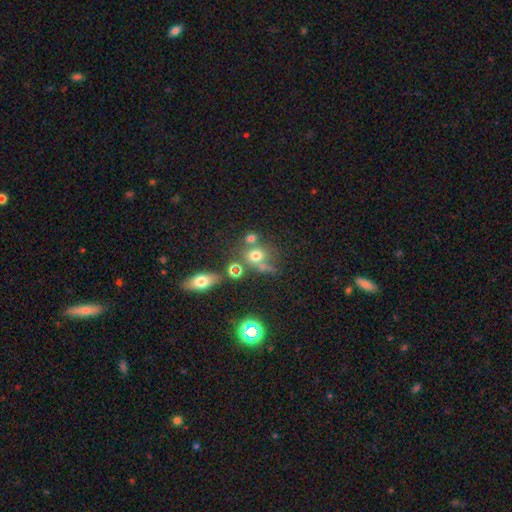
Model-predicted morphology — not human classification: A smooth galaxy with no disk features (63%) that is round (70%).

Vote fractions:
- Smooth or featured? smooth: 63% / star or artifact: 23% / featured or disk: 14%
- How rounded? round: 70% / in between: 28% / cigar-shaped: 2%
- Merging? none: 49% / merger: 27% / minor disturbance: 13% / major disturbance: 10%